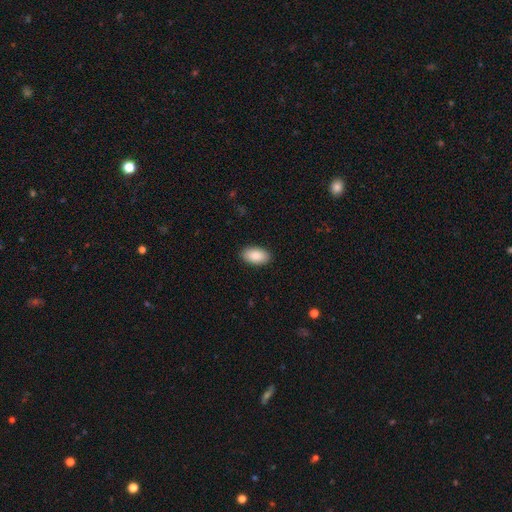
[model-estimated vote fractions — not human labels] This is clearly a smooth galaxy (90%). How rounded: clearly in between (95%). Merging: clearly none (90%).